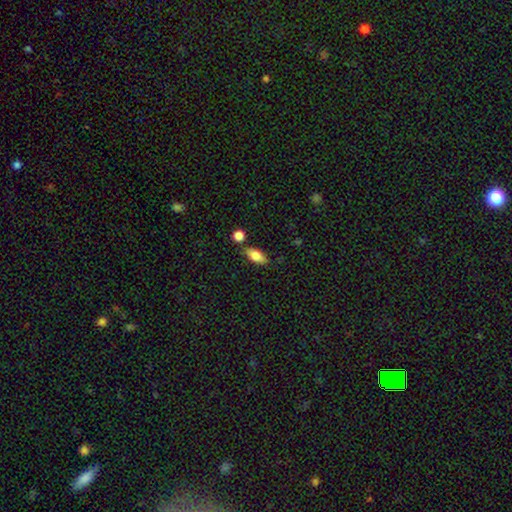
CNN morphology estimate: A smooth galaxy with no disk features (76%) that is in between round and cigar-shaped (79%).

Vote fractions:
- Smooth or featured? smooth: 76% / featured or disk: 17% / star or artifact: 8%
- How rounded? in between: 79% / cigar-shaped: 16% / round: 4%
- Merging? none: 76% / minor disturbance: 13% / merger: 8% / major disturbance: 3%